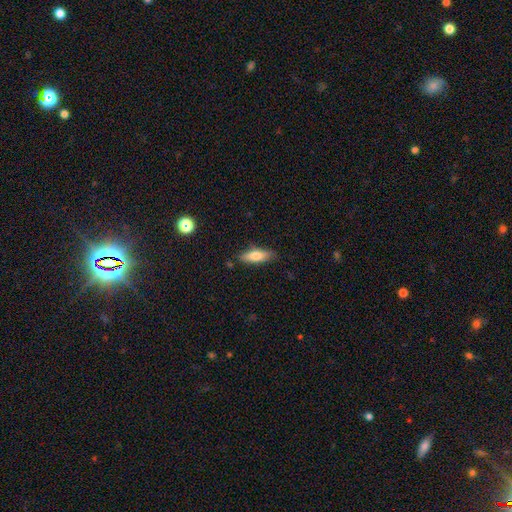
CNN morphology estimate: This is likely a smooth galaxy (72%). How rounded: possibly in between (54%). Merging: clearly none (82%).